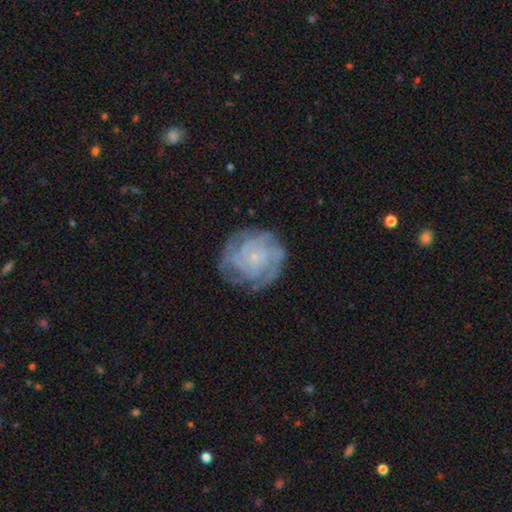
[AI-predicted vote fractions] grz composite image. It shows a featured or disk galaxy (78%) with no bar (80%), tight (71%) spiral arms (94%) and a small central bulge (80%). Merging: none (77%).